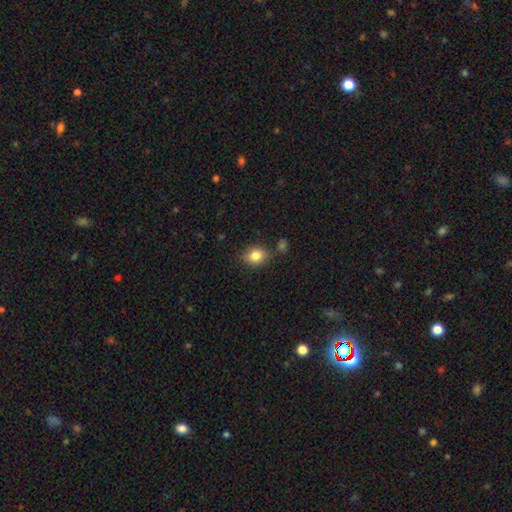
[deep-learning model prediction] Smooth or featured: smooth — 84% (star or artifact — 9%)
How rounded: in between — 53% (round — 46%)
Merging: none — 79% (minor disturbance — 13%)